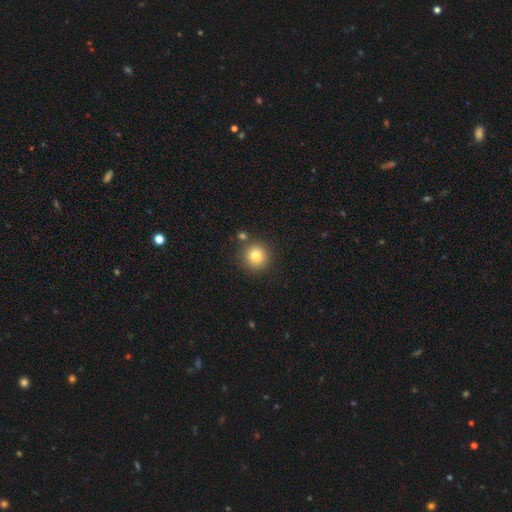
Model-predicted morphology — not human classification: Smooth or featured: smooth — 80% (star or artifact — 12%)
How rounded: round — 94% (in between — 5%)
Merging: none — 83% (minor disturbance — 7%)